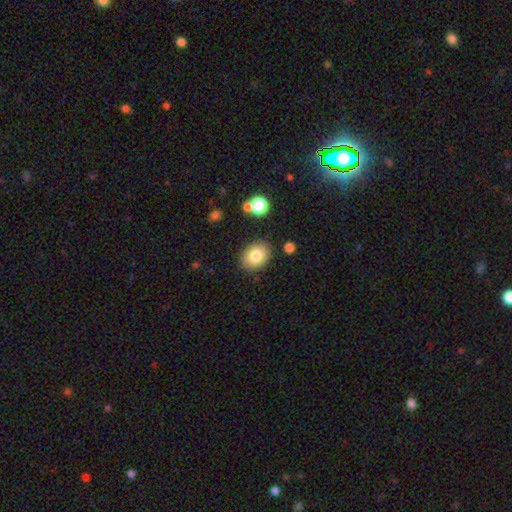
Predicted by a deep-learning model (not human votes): Morphology: type=smooth (81%); roundness=in between (58%); merging=none (85%).